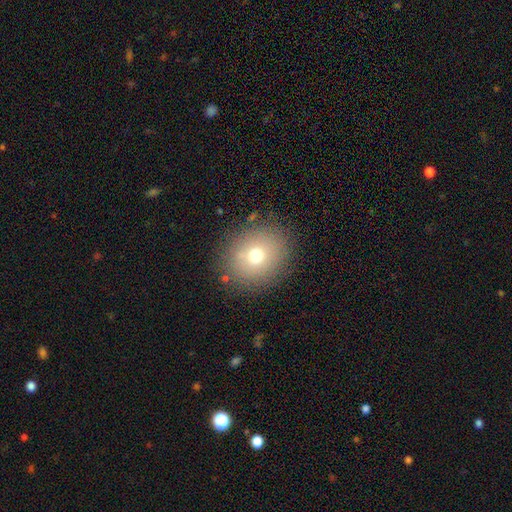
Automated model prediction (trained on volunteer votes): A smooth galaxy with no disk features (70%) that is round (72%).

Vote fractions:
- Smooth or featured? smooth: 70% / featured or disk: 15% / star or artifact: 15%
- How rounded? round: 72% / in between: 27% / cigar-shaped: 1%
- Merging? none: 85% / minor disturbance: 9% / major disturbance: 4% / merger: 2%